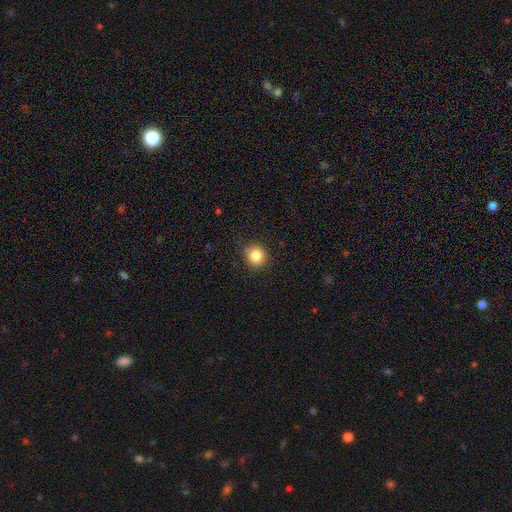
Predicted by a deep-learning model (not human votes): Q: Smooth or featured?
A: smooth (83%); runner-up: star or artifact (11%)
Q: How rounded?
A: round (90%); runner-up: in between (9%)
Q: Merging?
A: none (86%); runner-up: minor disturbance (10%)